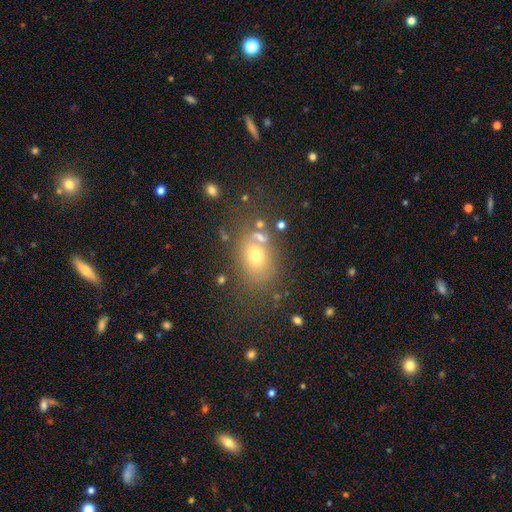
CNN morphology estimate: Smooth or featured? Predicted: smooth (p=0.65). How rounded? Predicted: in between (p=0.59). Merging? Predicted: none (p=0.61).